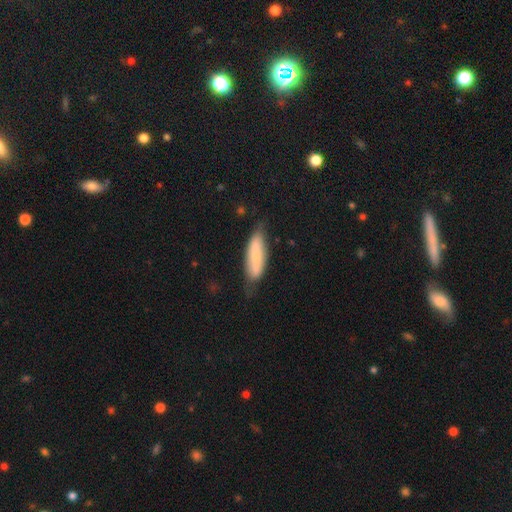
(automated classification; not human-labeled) Smooth or featured?
  - smooth: 72% *
  - featured or disk: 21%
  - star or artifact: 7%
How rounded?
  - cigar-shaped: 55% *
  - in between: 44%
  - round: 2%
Merging?
  - none: 55% *
  - minor disturbance: 33%
  - major disturbance: 9%
  - merger: 3%